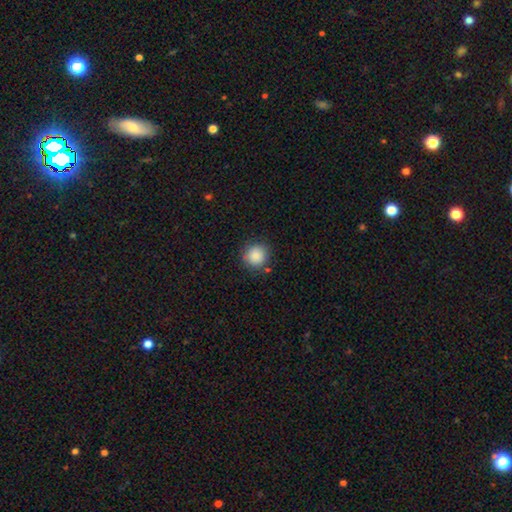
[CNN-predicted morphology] Smooth or featured? Predicted: smooth (p=0.87). How rounded? Predicted: round (p=0.92). Merging? Predicted: none (p=0.85).